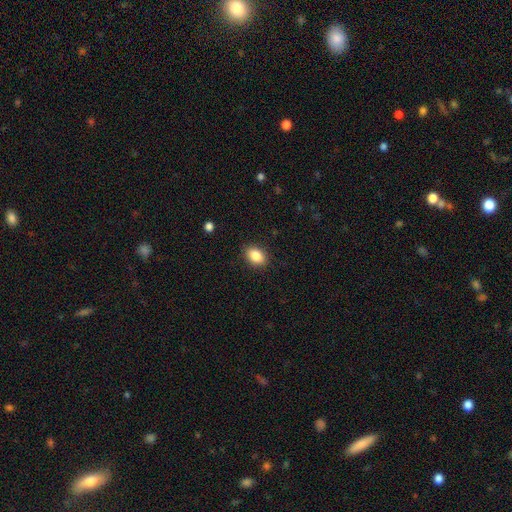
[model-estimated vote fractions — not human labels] Smooth or featured?
  - smooth: 87% *
  - star or artifact: 8%
  - featured or disk: 5%
How rounded?
  - in between: 81% *
  - round: 18%
  - cigar-shaped: 1%
Merging?
  - none: 88% *
  - minor disturbance: 9%
  - major disturbance: 2%
  - merger: 1%